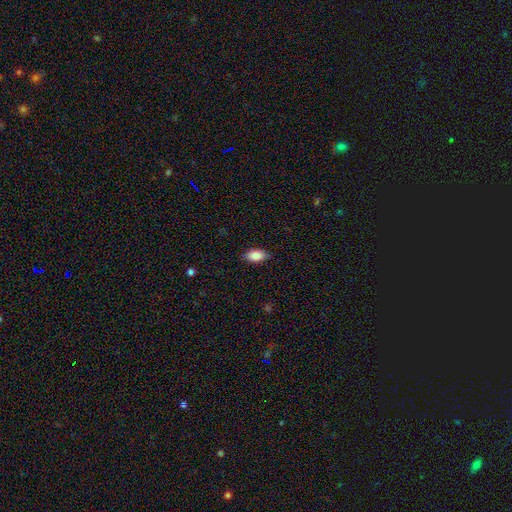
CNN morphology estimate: Overall: smooth (88%). How rounded: in between (92%). Merging: none (83%).